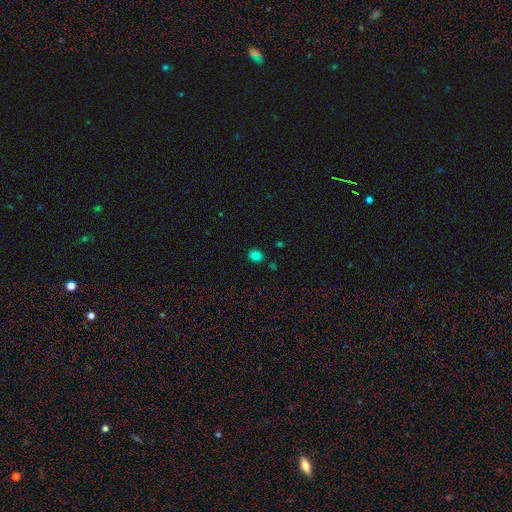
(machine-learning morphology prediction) Smooth or featured? Predicted: smooth (p=0.81). How rounded? Predicted: round (p=0.71). Merging? Predicted: none (p=0.86).